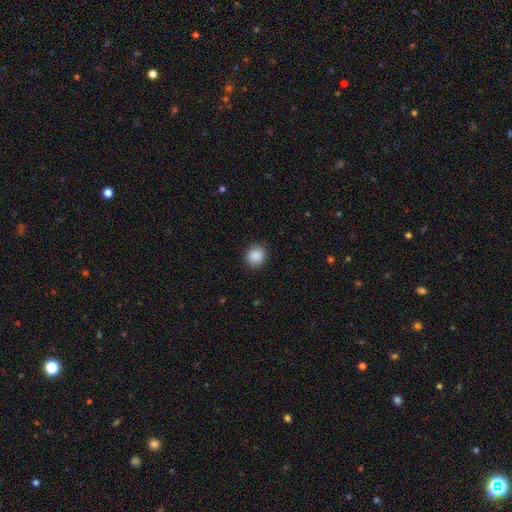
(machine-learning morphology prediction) Smooth or featured: smooth — 89% (star or artifact — 9%)
How rounded: round — 85% (in between — 14%)
Merging: none — 90% (minor disturbance — 7%)